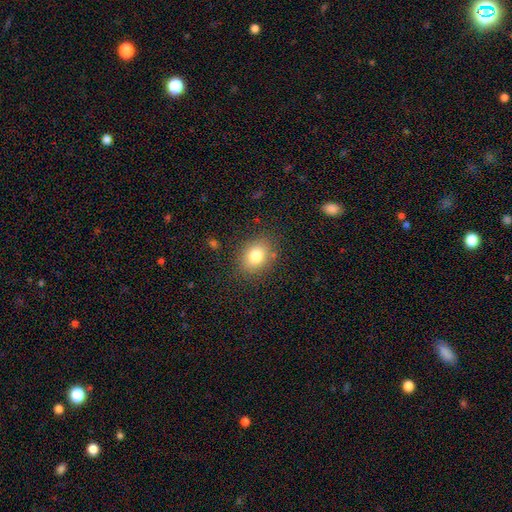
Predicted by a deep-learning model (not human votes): smooth-or-featured: smooth: 79% | featured or disk: 10% | star or artifact: 10%
  how-rounded: in between: 61% | round: 38% | cigar-shaped: 1%
  merging: none: 83% | minor disturbance: 11% | major disturbance: 4% | merger: 2%